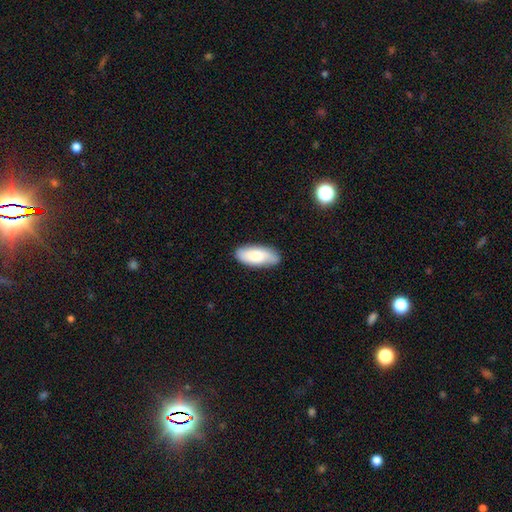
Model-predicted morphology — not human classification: Smooth or featured?
  - smooth: 76% *
  - featured or disk: 18%
  - star or artifact: 6%
How rounded?
  - in between: 86% *
  - cigar-shaped: 12%
  - round: 2%
Merging?
  - none: 80% *
  - minor disturbance: 16%
  - major disturbance: 3%
  - merger: 1%